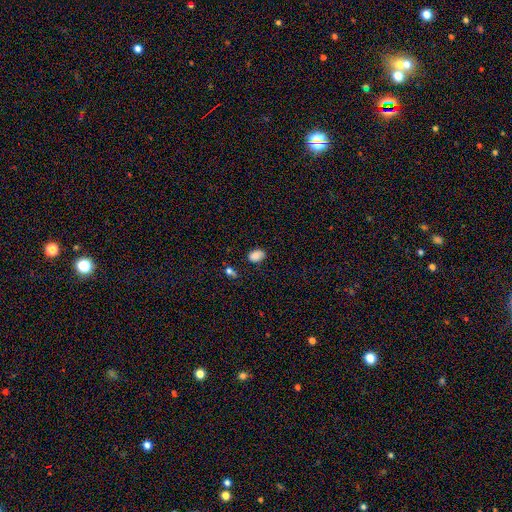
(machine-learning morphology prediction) Smooth or featured? Predicted: smooth (p=0.83). How rounded? Predicted: in between (p=0.81). Merging? Predicted: none (p=0.74).